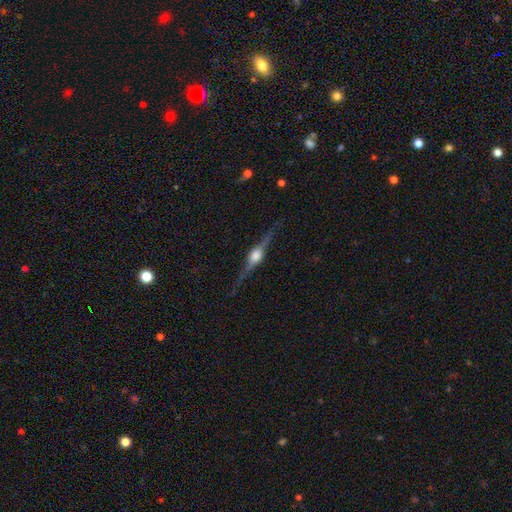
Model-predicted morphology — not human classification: This is clearly a featured or disk galaxy (83%). It is clearly viewed edge-on (98%). Edge-on bulge: clearly rounded (91%). Merging: clearly none (85%).